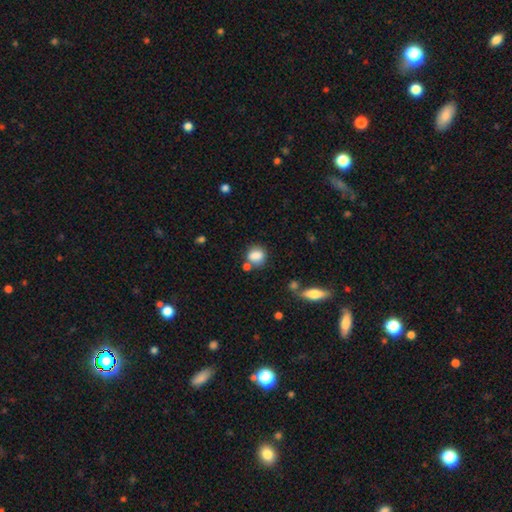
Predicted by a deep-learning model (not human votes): smooth_or_featured: smooth (p=0.84) [alt: star or artifact p=0.09]
how_rounded: round (p=0.64) [alt: in between p=0.34]
merging: none (p=0.62) [alt: minor disturbance p=0.17]